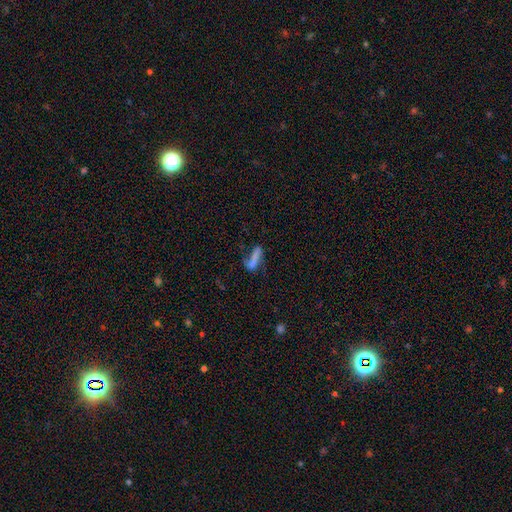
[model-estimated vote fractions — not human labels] smooth-or-featured: smooth: 53% | featured or disk: 33% | star or artifact: 14%
  how-rounded: cigar-shaped: 70% | in between: 26% | round: 4%
  merging: none: 50% | minor disturbance: 22% | major disturbance: 19% | merger: 10%